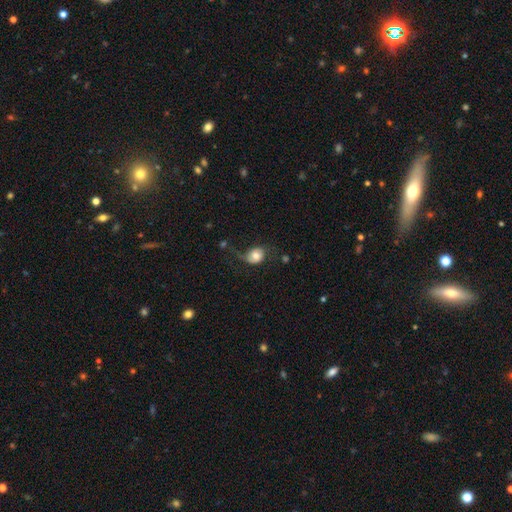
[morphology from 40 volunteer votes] Volunteers were most divided on "smooth or featured" (2-way tie): smooth: 48%, featured or disk: 48%, star or artifact: 5%. Remaining: how rounded — in between (63%); merging — major disturbance (34%).